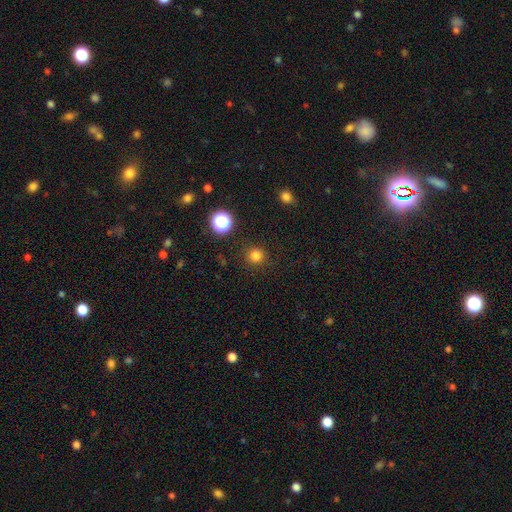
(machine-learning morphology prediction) Overall: smooth (80%). How rounded: round (95%). Merging: none (90%).